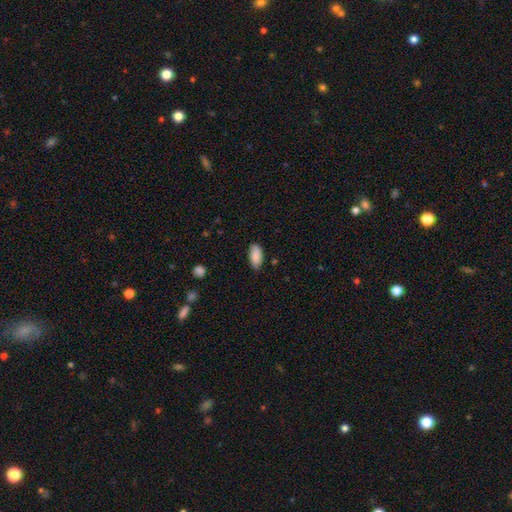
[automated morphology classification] Smooth or featured: smooth — 89% (star or artifact — 6%)
How rounded: in between — 92% (cigar-shaped — 6%)
Merging: none — 78% (minor disturbance — 18%)